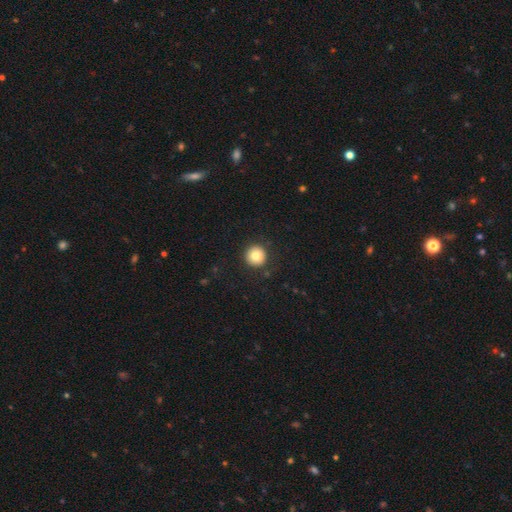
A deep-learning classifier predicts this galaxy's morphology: The model was most divided on "smooth or featured": smooth: 81%, star or artifact: 10%, featured or disk: 9%. More confident: how rounded — round (95%); merging — none (90%).